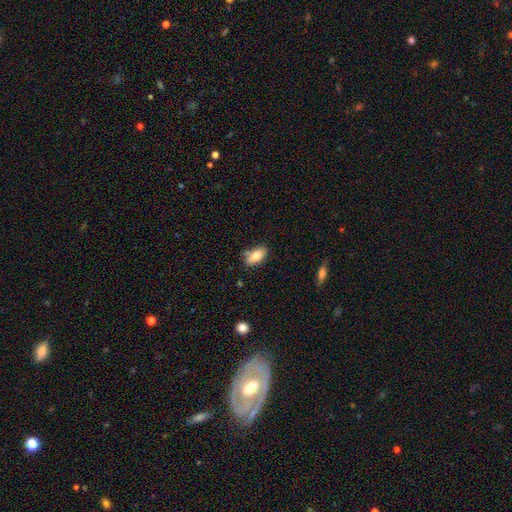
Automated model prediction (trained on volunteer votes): This appears to be a smooth galaxy with no disk features (78%) that is in between round and cigar-shaped (90%). Merging: none (71%).